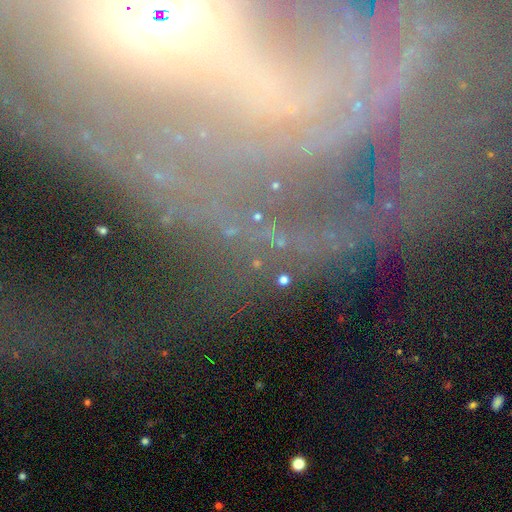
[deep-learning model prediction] Smooth or featured? featured or disk (65%)
Edge-on disk? no (87%)
Bar? strong (40%)
Spiral arms? yes (81%)
Bulge size? small (43%)
Merging? none (66%)